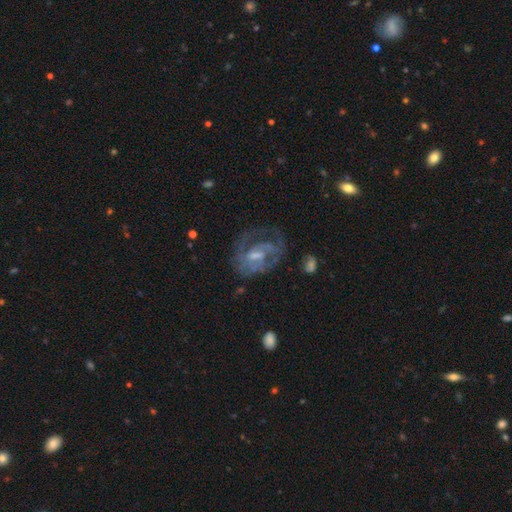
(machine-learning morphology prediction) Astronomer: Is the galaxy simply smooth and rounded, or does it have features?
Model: featured or disk — 76%.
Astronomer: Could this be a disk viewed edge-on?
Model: no — 96%.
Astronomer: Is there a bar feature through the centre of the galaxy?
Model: weak — 50% (runner-up: no, 35%).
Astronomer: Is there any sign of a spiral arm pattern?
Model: yes — 79%.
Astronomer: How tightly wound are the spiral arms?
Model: tight — 43% (runner-up: medium, 41%).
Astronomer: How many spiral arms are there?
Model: can't tell — 37% (runner-up: 2, 32%).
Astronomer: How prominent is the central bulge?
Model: moderate — 41% (runner-up: small, 40%).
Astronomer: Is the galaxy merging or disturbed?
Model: none — 52%.